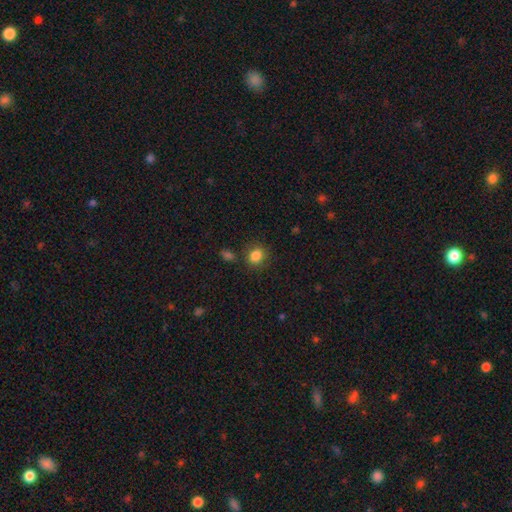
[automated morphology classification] Smooth or featured? Predicted: smooth (p=0.85). How rounded? Predicted: round (p=0.65). Merging? Predicted: none (p=0.80).